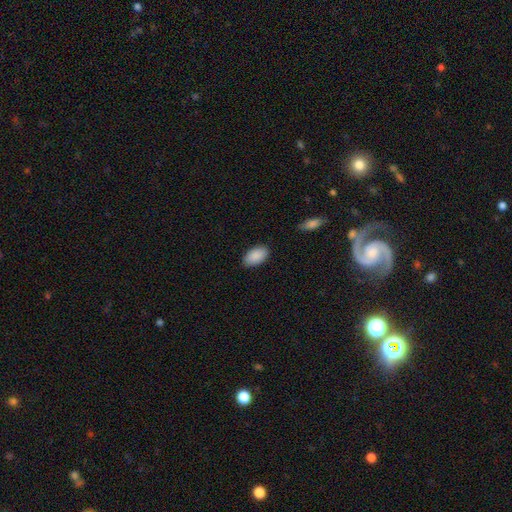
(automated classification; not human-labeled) Smooth or featured? Predicted: smooth (p=0.90). How rounded? Predicted: in between (p=0.95). Merging? Predicted: none (p=0.86).